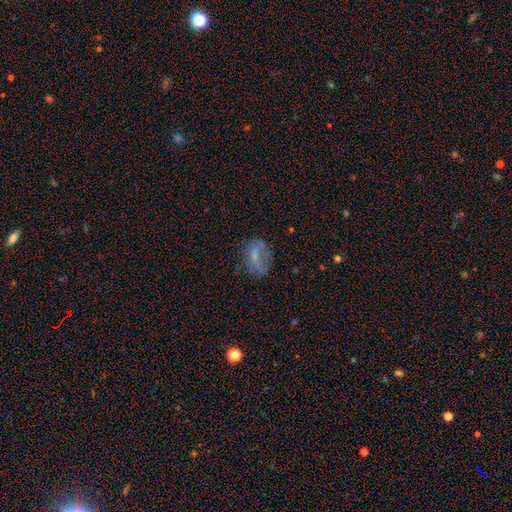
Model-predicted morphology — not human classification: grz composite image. It shows a smooth galaxy with no disk features (44%). Merging: none (47%).